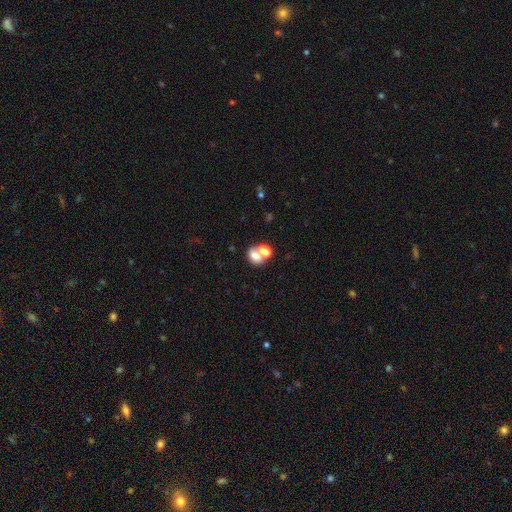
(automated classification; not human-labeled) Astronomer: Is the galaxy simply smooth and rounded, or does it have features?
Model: smooth — 69%.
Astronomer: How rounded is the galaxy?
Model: in between — 65%.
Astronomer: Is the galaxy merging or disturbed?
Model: merger — 57%.